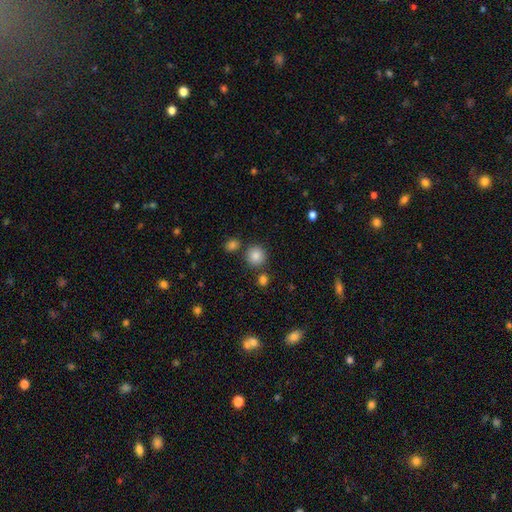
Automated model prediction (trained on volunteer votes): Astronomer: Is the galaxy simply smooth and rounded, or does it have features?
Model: smooth — 85%.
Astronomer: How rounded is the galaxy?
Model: round — 91%.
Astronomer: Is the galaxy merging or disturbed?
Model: none — 80%.